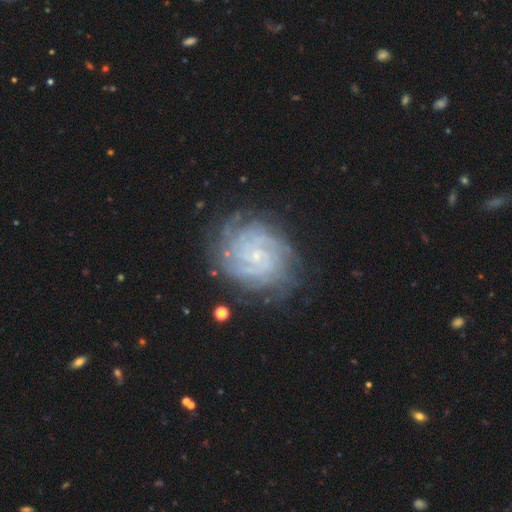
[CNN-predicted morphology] A featured or disk galaxy (86%) with no bar (68%), tight (79%) spiral arms (97%) and a small central bulge (83%). Merging: none (78%).